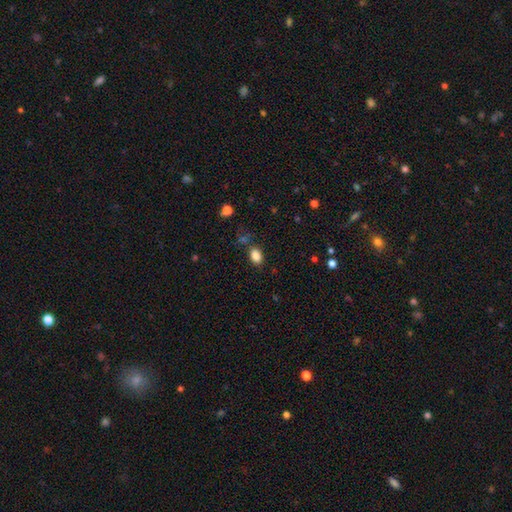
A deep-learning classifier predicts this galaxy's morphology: This is clearly a smooth galaxy (85%). How rounded: clearly in between (83%). Merging: likely none (78%).